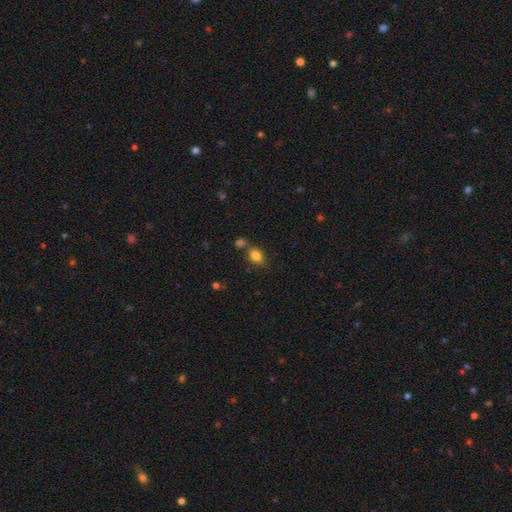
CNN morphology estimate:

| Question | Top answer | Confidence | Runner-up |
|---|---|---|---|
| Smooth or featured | smooth | 82% | star or artifact (11%) |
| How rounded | in between | 63% | round (35%) |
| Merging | none | 64% | merger (17%) |